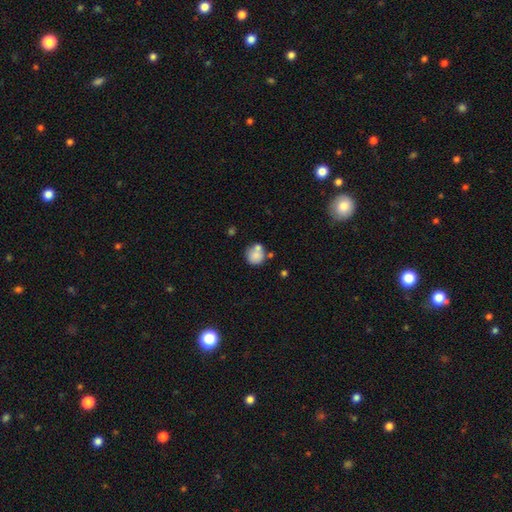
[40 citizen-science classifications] Smooth or featured: smooth — 85% (featured or disk — 8%)
How rounded: round — 94% (in between — 6%)
Merging: none — 59% (merger — 24%)